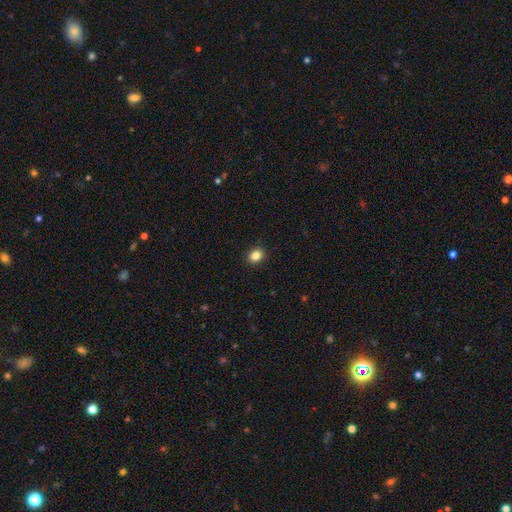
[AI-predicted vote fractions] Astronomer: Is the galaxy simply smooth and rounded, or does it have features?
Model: smooth — 85%.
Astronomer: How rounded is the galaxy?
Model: round — 55% (runner-up: in between, 44%).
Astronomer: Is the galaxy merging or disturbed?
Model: none — 91%.